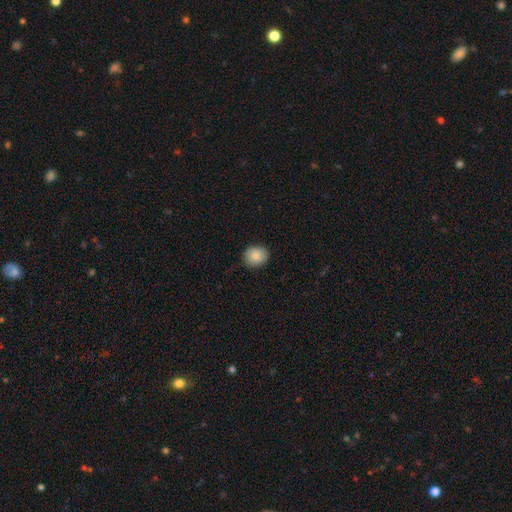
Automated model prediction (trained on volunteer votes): Smooth or featured? smooth (86%)
How rounded? round (69%)
Merging? none (86%)